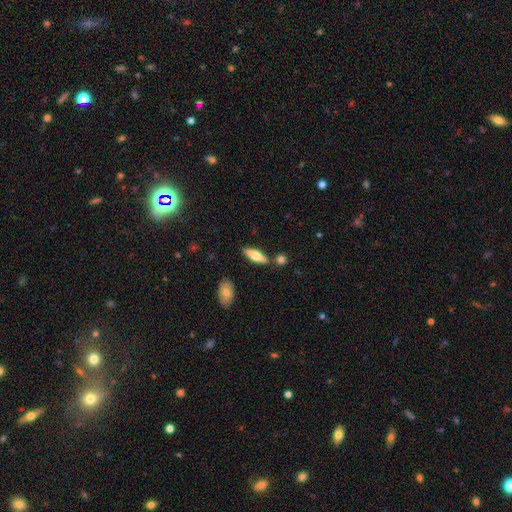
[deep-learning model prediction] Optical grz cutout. It shows a smooth galaxy with no disk features (61%) that is cigar-shaped (54%). Merging: none (78%).